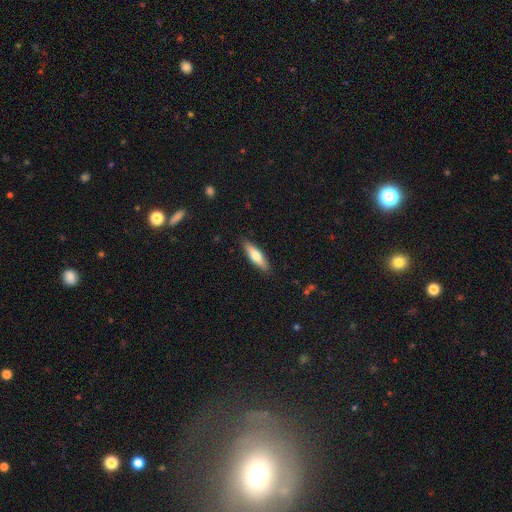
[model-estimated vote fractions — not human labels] Morphology: type=smooth (62%); roundness=cigar-shaped (61%); merging=none (88%).